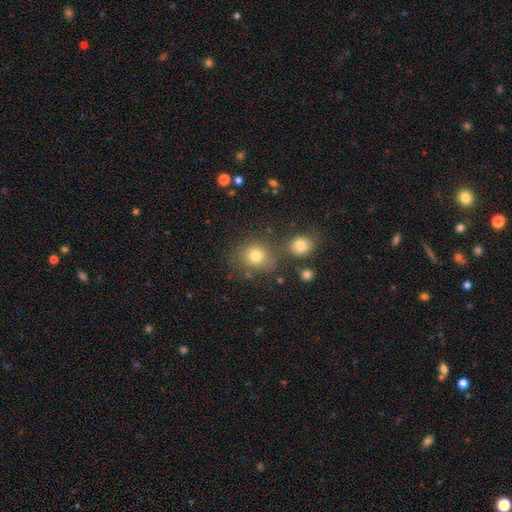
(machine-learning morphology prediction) Smooth or featured? smooth (78%)
How rounded? round (76%)
Merging? none (65%)